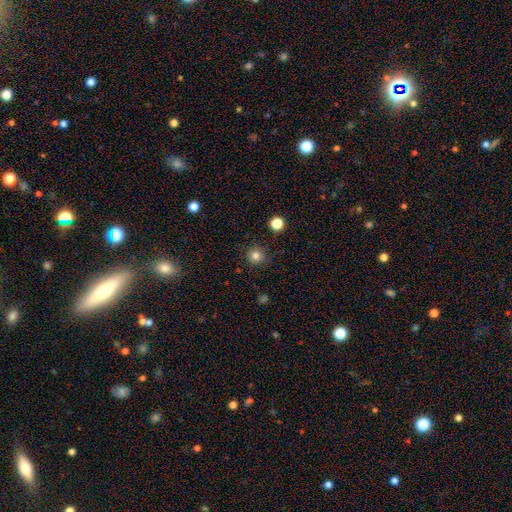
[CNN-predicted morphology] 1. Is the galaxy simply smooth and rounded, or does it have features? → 82% smooth, 13% star or artifact, 5% featured or disk.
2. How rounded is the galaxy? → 95% round, 5% in between, 1% cigar-shaped.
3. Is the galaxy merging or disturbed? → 90% none, 7% minor disturbance, 2% major disturbance, 1% merger.